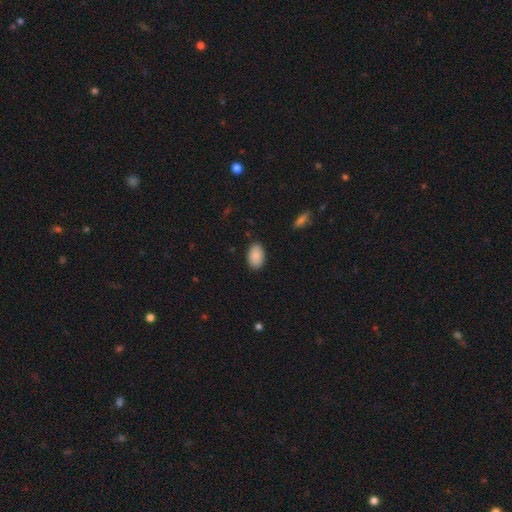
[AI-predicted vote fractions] Smooth or featured: smooth — 89% (star or artifact — 7%)
How rounded: in between — 92% (round — 7%)
Merging: none — 87% (minor disturbance — 10%)